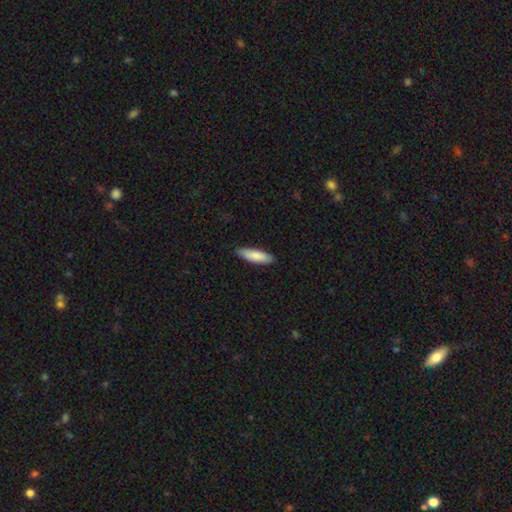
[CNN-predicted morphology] Smooth or featured: smooth — 86% (featured or disk — 9%)
How rounded: cigar-shaped — 55% (in between — 43%)
Merging: none — 89% (minor disturbance — 8%)